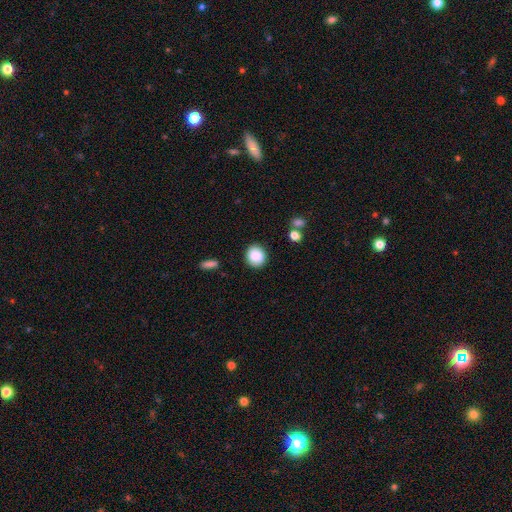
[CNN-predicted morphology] The model was most divided on "how rounded": round: 80%, in between: 19%, cigar-shaped: 1%. More confident: smooth or featured — smooth (88%); merging — none (86%).